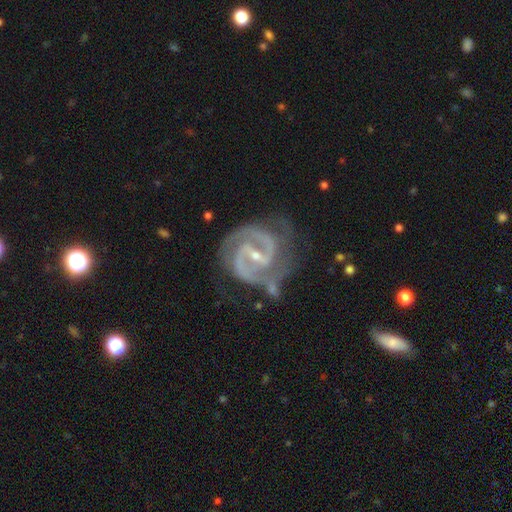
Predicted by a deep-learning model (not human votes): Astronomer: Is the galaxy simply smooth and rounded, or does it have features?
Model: featured or disk — 93%.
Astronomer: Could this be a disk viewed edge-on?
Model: no — 98%.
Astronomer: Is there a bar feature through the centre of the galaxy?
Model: strong — 51% (runner-up: weak, 36%).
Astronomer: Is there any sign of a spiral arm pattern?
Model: yes — 98%.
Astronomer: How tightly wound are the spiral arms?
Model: medium — 53% (runner-up: tight, 40%).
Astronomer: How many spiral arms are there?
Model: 2 — 85%.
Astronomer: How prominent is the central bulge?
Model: small — 73%.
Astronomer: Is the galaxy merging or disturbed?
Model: none — 62%.